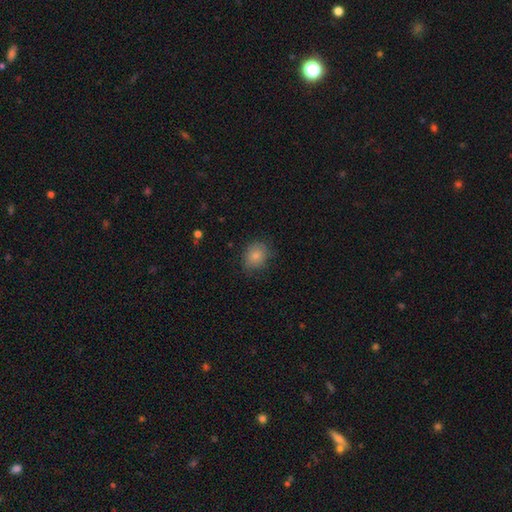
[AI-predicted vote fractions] smooth_or_featured: smooth (p=0.81) [alt: star or artifact p=0.10]
how_rounded: round (p=0.62) [alt: in between p=0.37]
merging: none (p=0.73) [alt: minor disturbance p=0.21]